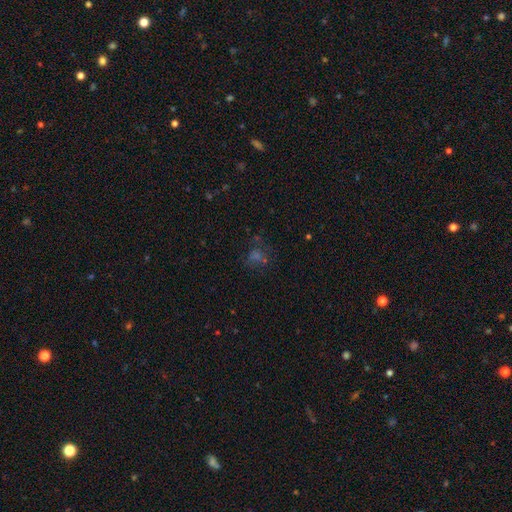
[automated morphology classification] Smooth or featured? Predicted: star or artifact (p=0.41).